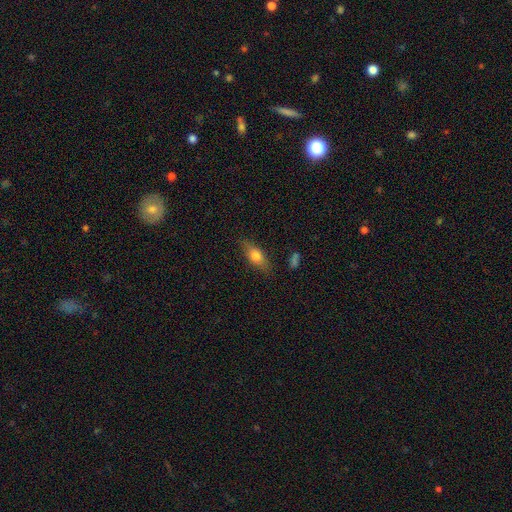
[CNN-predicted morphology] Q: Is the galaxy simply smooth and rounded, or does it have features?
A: smooth — 70%.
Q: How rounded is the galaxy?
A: in between — 72%.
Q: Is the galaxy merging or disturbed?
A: none — 78%.